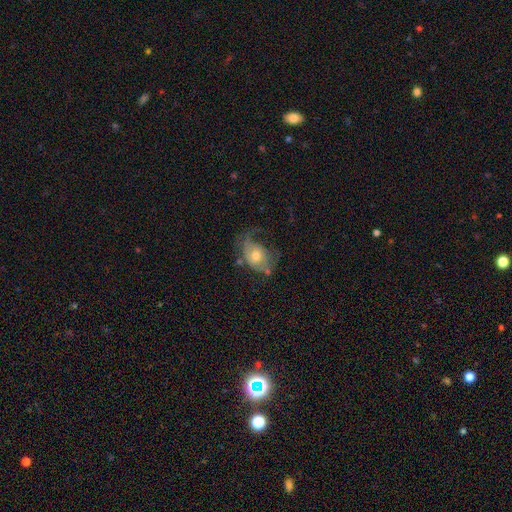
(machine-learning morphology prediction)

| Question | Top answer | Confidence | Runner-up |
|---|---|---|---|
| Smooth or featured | featured or disk | 52% | smooth (40%) |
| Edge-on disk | no | 95% | yes (5%) |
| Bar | no | 74% | weak (21%) |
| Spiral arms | yes | 69% | no (31%) |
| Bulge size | moderate | 65% | small (24%) |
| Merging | major disturbance | 38% | none (32%) |